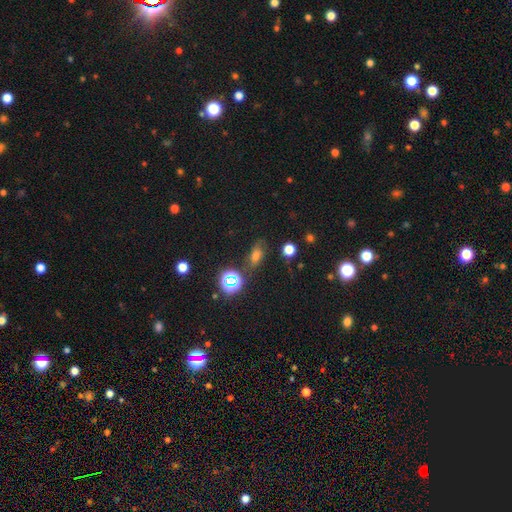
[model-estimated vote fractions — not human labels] Q: Smooth or featured?
A: smooth (60%); runner-up: star or artifact (27%)
Q: How rounded?
A: in between (74%); runner-up: round (18%)
Q: Merging?
A: none (69%); runner-up: minor disturbance (20%)